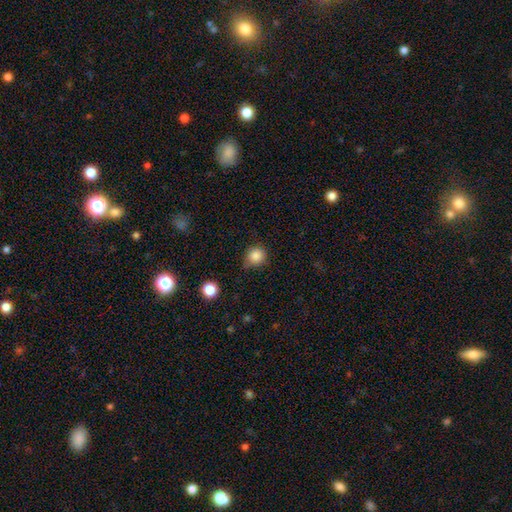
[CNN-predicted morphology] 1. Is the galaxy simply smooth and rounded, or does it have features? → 84% smooth, 11% star or artifact, 5% featured or disk.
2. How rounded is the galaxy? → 87% round, 12% in between, 1% cigar-shaped.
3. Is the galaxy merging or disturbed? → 67% none, 25% minor disturbance, 5% major disturbance, 3% merger.